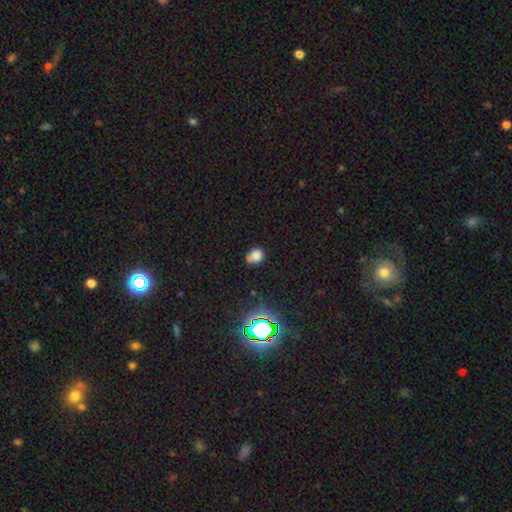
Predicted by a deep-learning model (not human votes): Q: Smooth or featured?
A: smooth (79%); runner-up: star or artifact (15%)
Q: How rounded?
A: round (59%); runner-up: in between (40%)
Q: Merging?
A: none (70%); runner-up: minor disturbance (23%)